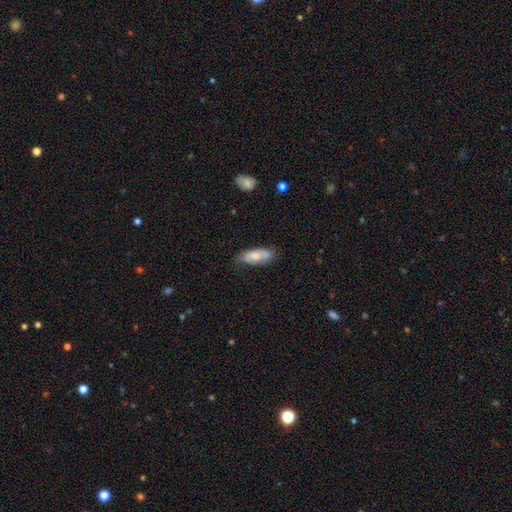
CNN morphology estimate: A smooth galaxy with no disk features (69%) that is in between round and cigar-shaped (77%).

Vote fractions:
- Smooth or featured? smooth: 69% / featured or disk: 25% / star or artifact: 6%
- How rounded? in between: 77% / cigar-shaped: 21% / round: 2%
- Merging? none: 62% / minor disturbance: 29% / major disturbance: 6% / merger: 3%